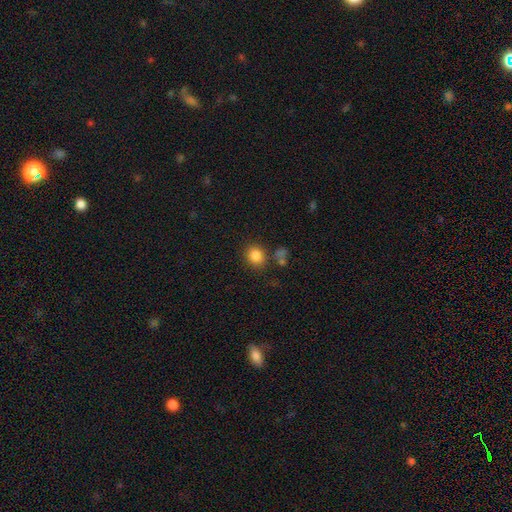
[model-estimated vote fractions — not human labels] Smooth or featured? Predicted: smooth (p=0.84). How rounded? Predicted: round (p=0.76). Merging? Predicted: none (p=0.79).